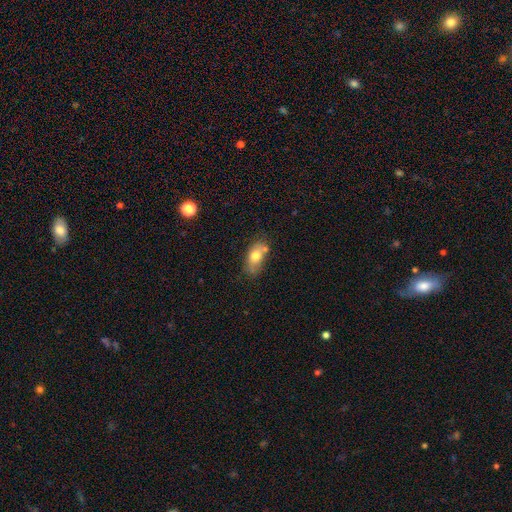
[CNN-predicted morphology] Overall: smooth (70%). How rounded: in between (84%). Merging: none (52%; minor disturbance 24%).